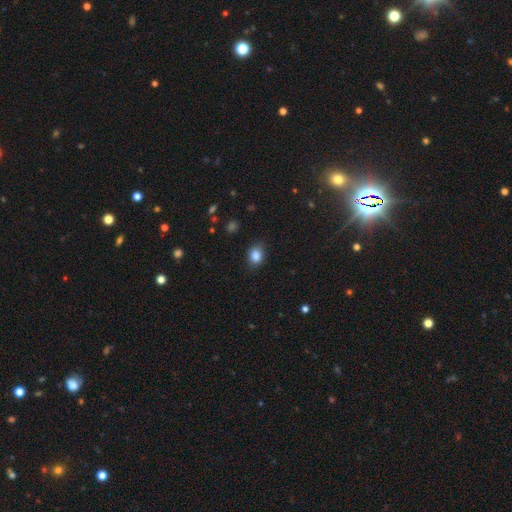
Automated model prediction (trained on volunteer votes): smooth-or-featured: smooth: 86% | star or artifact: 10% | featured or disk: 5%
  how-rounded: in between: 58% | round: 41% | cigar-shaped: 1%
  merging: none: 82% | minor disturbance: 14% | major disturbance: 3% | merger: 1%